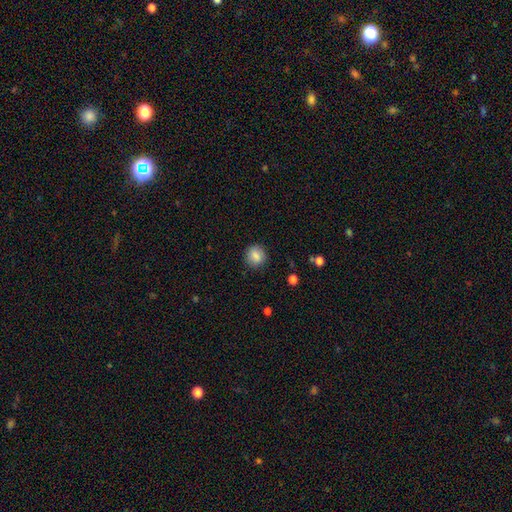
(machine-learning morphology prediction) smooth-or-featured: smooth: 86% | star or artifact: 8% | featured or disk: 6%
  how-rounded: round: 82% | in between: 17% | cigar-shaped: 1%
  merging: none: 88% | minor disturbance: 9% | major disturbance: 3% | merger: 1%